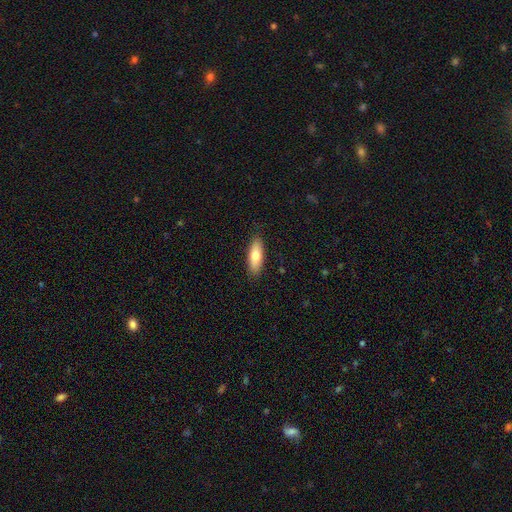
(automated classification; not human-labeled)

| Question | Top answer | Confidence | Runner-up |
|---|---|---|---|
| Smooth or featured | smooth | 73% | featured or disk (21%) |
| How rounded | in between | 62% | cigar-shaped (35%) |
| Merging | none | 88% | minor disturbance (9%) |